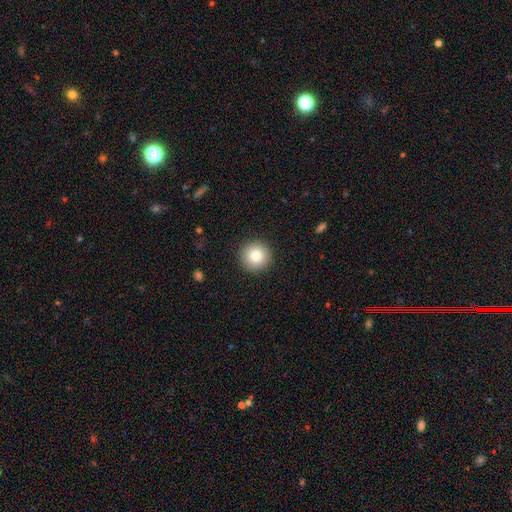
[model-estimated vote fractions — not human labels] Smooth or featured? smooth (83%)
How rounded? round (96%)
Merging? none (92%)